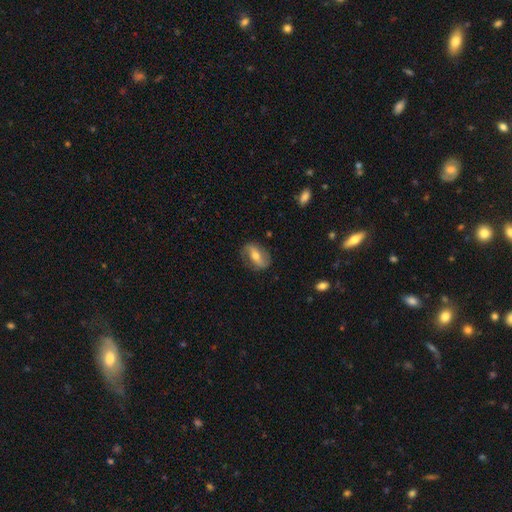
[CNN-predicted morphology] The model was most divided on "bar": strong: 49%, weak: 29%, no: 22%. More confident: edge-on disk — no (89%); merging — none (80%); spiral arms — yes (76%); smooth or featured — featured or disk (64%); bulge size — moderate (64%).